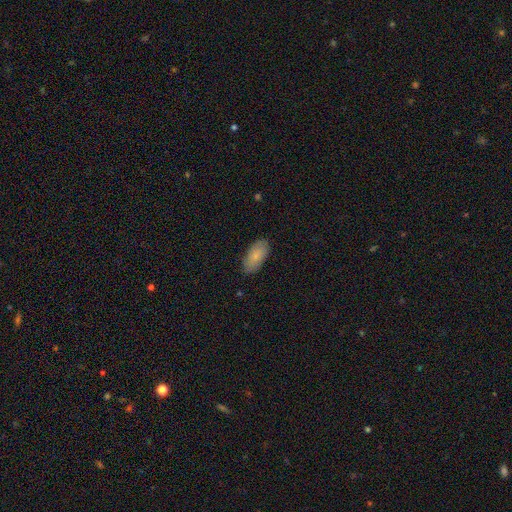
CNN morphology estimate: Overall: smooth (79%). How rounded: in between (93%). Merging: none (84%).